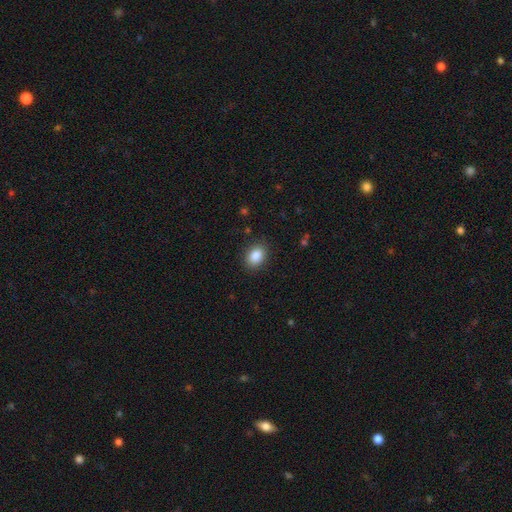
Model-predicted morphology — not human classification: Smooth or featured? Predicted: smooth (p=0.87). How rounded? Predicted: in between (p=0.69). Merging? Predicted: none (p=0.88).